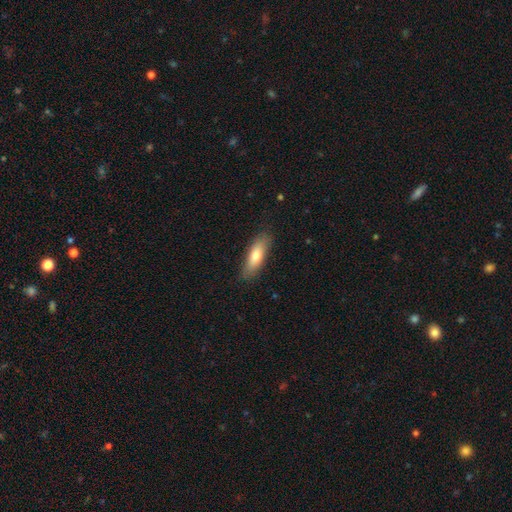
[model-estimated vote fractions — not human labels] Smooth or featured? smooth (75%)
How rounded? in between (55%)
Merging? none (84%)